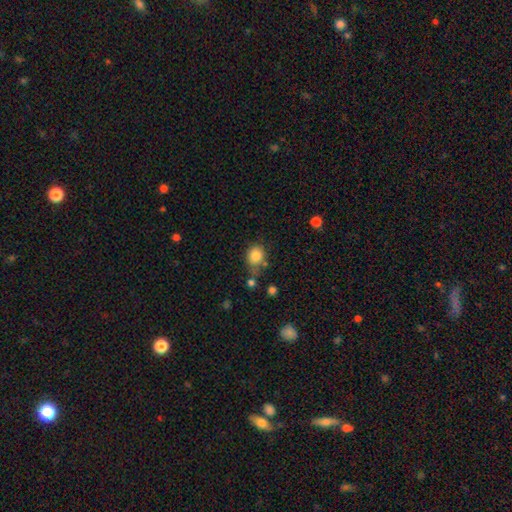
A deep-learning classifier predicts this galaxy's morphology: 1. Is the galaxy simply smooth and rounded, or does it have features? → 84% smooth, 10% star or artifact, 6% featured or disk.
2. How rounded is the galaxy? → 72% round, 27% in between, 1% cigar-shaped.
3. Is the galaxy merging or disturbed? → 61% none, 21% minor disturbance, 11% merger, 7% major disturbance.